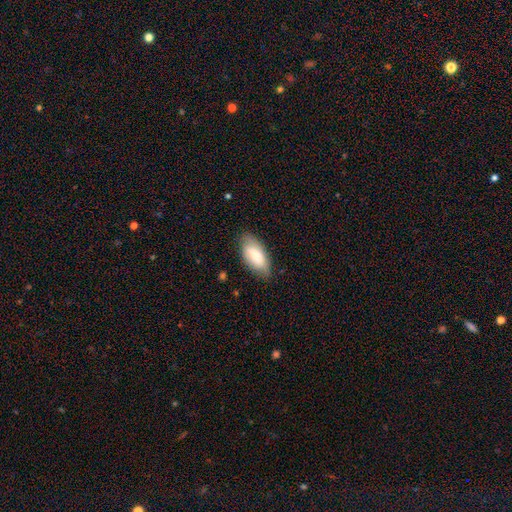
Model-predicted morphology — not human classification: Smooth or featured? Predicted: smooth (p=0.80). How rounded? Predicted: in between (p=0.91). Merging? Predicted: none (p=0.75).